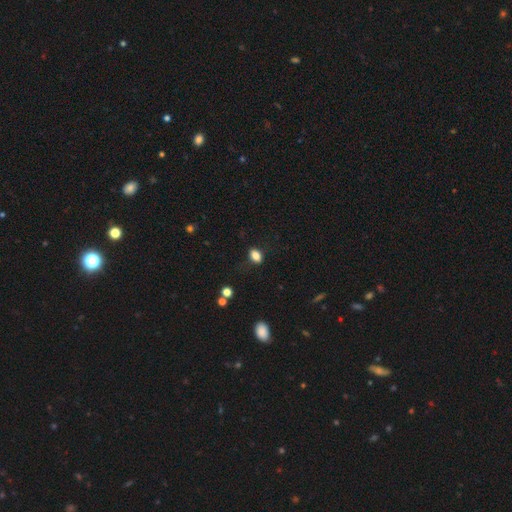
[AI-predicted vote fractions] Smooth or featured: smooth — 82% (star or artifact — 10%)
How rounded: in between — 80% (round — 17%)
Merging: none — 78% (minor disturbance — 15%)